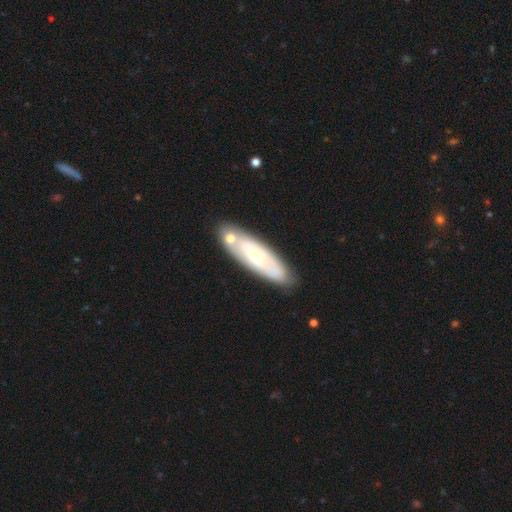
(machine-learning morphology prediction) type=featured or disk (57%); edge-on=no (74%); merging=none (71%).